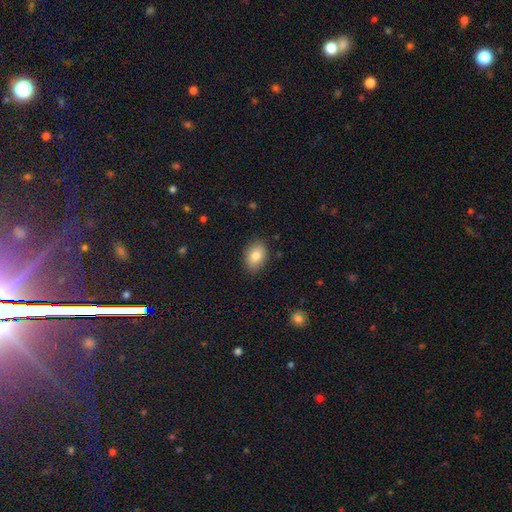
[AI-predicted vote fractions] Smooth or featured: smooth — 82% (featured or disk — 10%)
How rounded: in between — 79% (round — 20%)
Merging: none — 85% (minor disturbance — 12%)